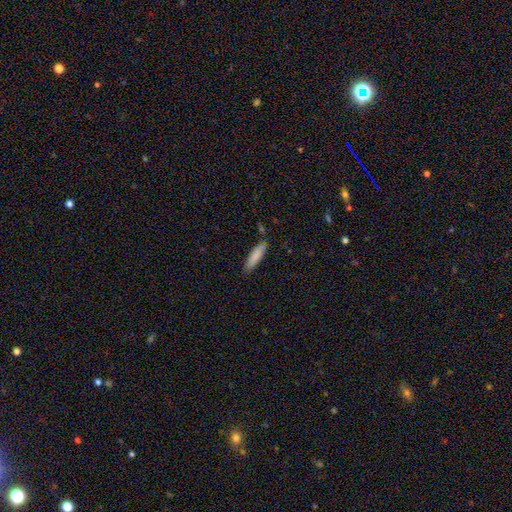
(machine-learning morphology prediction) smooth-or-featured: smooth: 84% | featured or disk: 10% | star or artifact: 6%
  how-rounded: cigar-shaped: 72% | in between: 27% | round: 1%
  merging: none: 80% | minor disturbance: 14% | merger: 3% | major disturbance: 3%